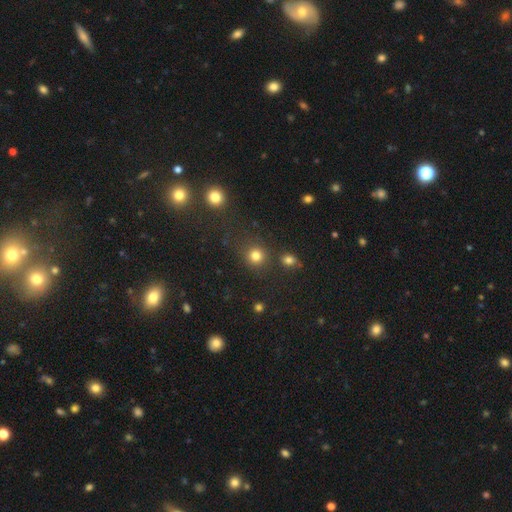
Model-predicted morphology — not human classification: smooth-or-featured: smooth: 80% | star or artifact: 15% | featured or disk: 5%
  how-rounded: round: 90% | in between: 9% | cigar-shaped: 1%
  merging: none: 80% | minor disturbance: 8% | merger: 7% | major disturbance: 4%